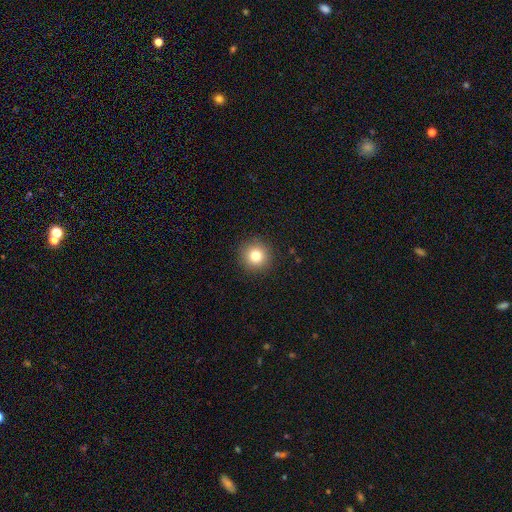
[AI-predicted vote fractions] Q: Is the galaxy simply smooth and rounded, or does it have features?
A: smooth — 81%.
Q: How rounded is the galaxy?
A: round — 95%.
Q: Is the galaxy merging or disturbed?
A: none — 91%.